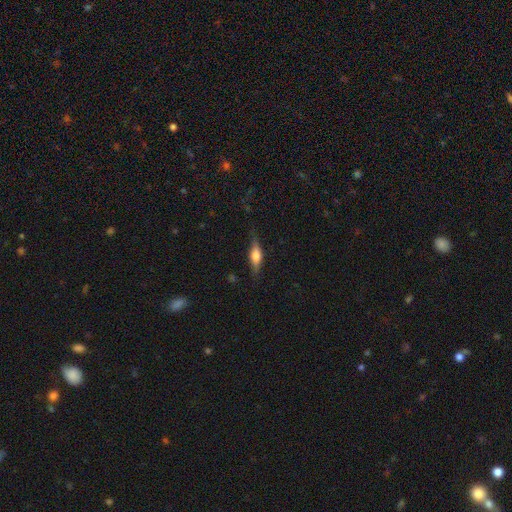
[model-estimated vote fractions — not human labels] Overall: featured or disk (51%; smooth 42%). Edge-on disk: yes (93%). Merging: none (80%).